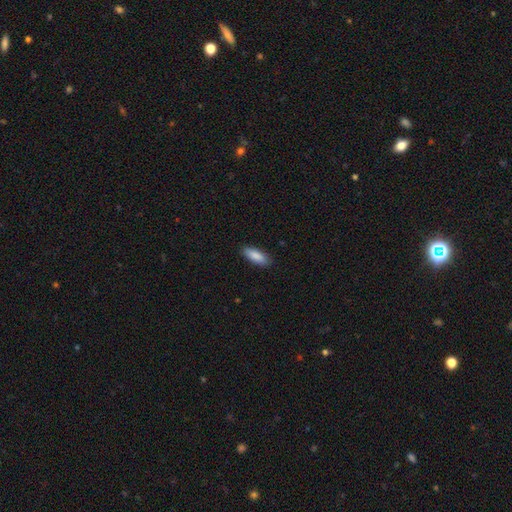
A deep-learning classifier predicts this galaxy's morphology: smooth-or-featured: smooth: 88% | featured or disk: 6% | star or artifact: 6%
  how-rounded: in between: 64% | cigar-shaped: 34% | round: 2%
  merging: none: 88% | minor disturbance: 9% | major disturbance: 2% | merger: 1%